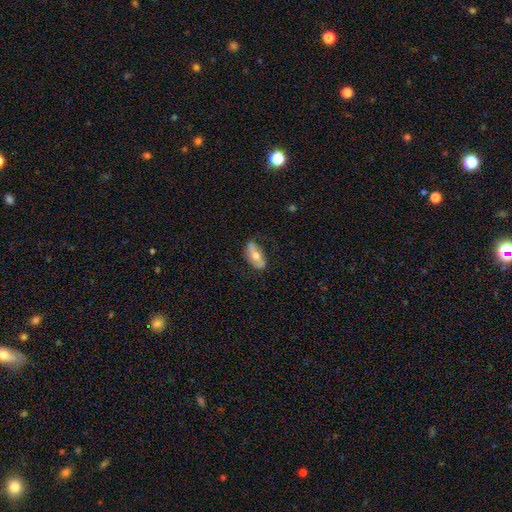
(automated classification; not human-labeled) Morphology: type=smooth (51%); roundness=in between (82%); merging=none (72%).